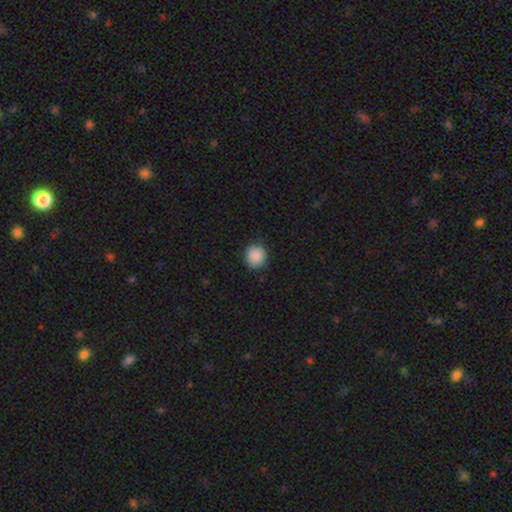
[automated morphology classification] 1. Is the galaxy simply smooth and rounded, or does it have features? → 88% smooth, 8% star or artifact, 4% featured or disk.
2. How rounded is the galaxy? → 89% round, 10% in between, 1% cigar-shaped.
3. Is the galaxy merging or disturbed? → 87% none, 10% minor disturbance, 2% major disturbance, 1% merger.